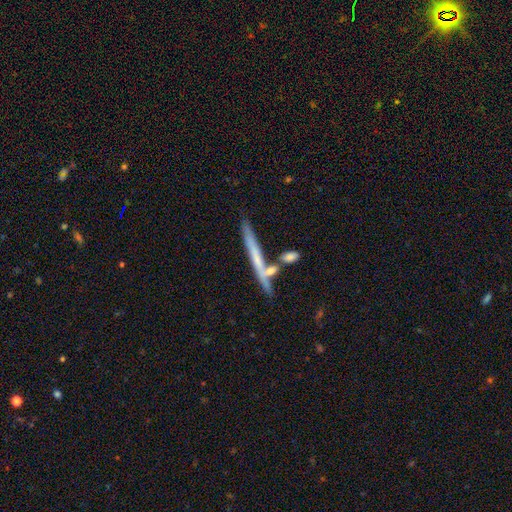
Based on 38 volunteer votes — Overall: smooth (47%, tied with featured or disk). How rounded: cigar-shaped (94%). Merging: none (81%).